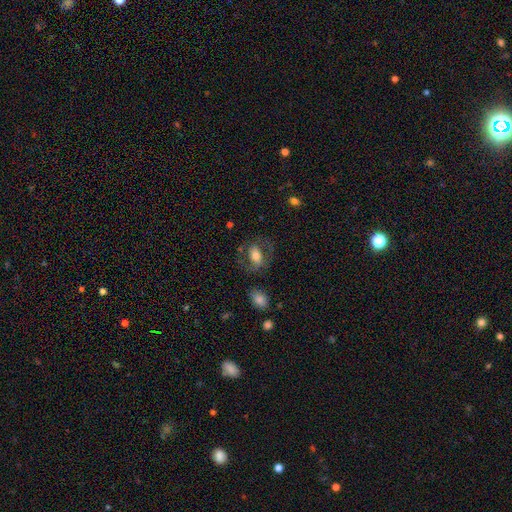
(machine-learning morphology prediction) Smooth or featured?
  - smooth: 51% *
  - featured or disk: 40%
  - star or artifact: 8%
How rounded?
  - in between: 79% *
  - round: 19%
  - cigar-shaped: 3%
Merging?
  - none: 62% *
  - minor disturbance: 18%
  - major disturbance: 17%
  - merger: 3%